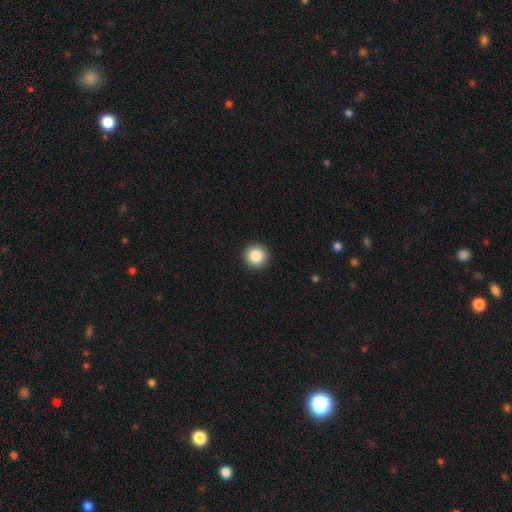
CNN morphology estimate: Smooth or featured: smooth — 85% (star or artifact — 10%)
How rounded: round — 96% (in between — 3%)
Merging: none — 93% (minor disturbance — 4%)